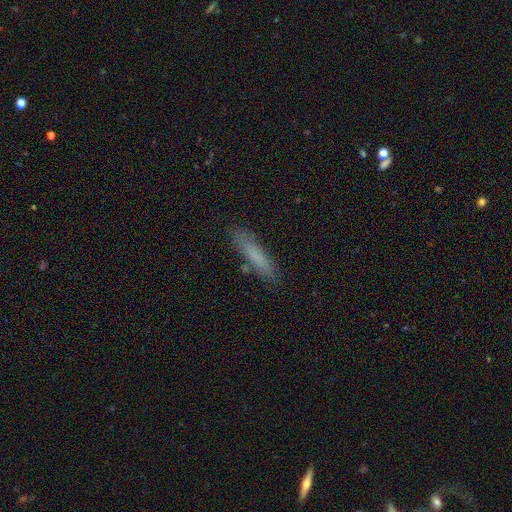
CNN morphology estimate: A smooth galaxy with no disk features (76%) that is cigar-shaped (88%). Merging: none (84%).